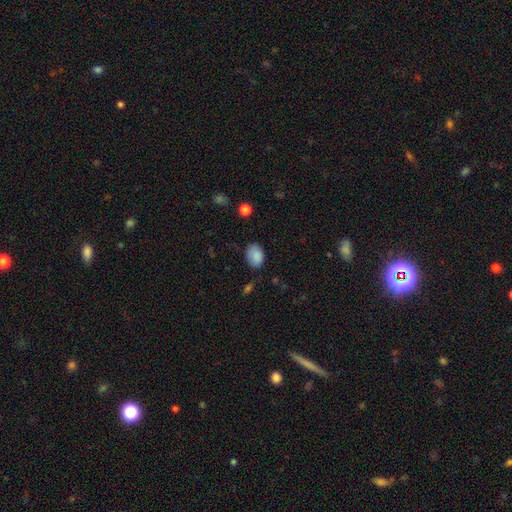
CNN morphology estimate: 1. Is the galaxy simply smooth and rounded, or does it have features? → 88% smooth, 8% star or artifact, 5% featured or disk.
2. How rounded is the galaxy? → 83% in between, 16% round, 1% cigar-shaped.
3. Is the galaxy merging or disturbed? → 73% none, 21% minor disturbance, 4% major disturbance, 2% merger.